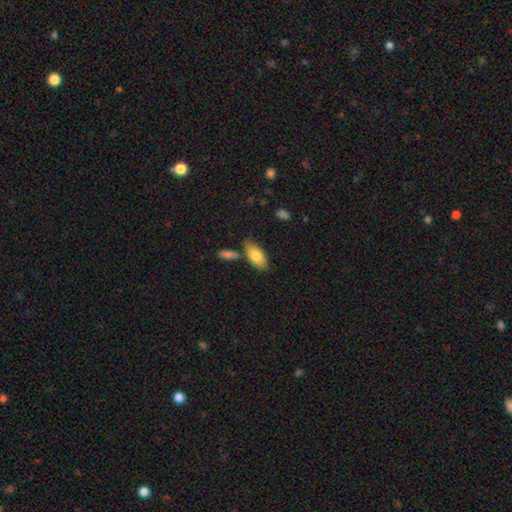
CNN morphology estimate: Smooth or featured? smooth (79%)
How rounded? in between (91%)
Merging? none (70%)